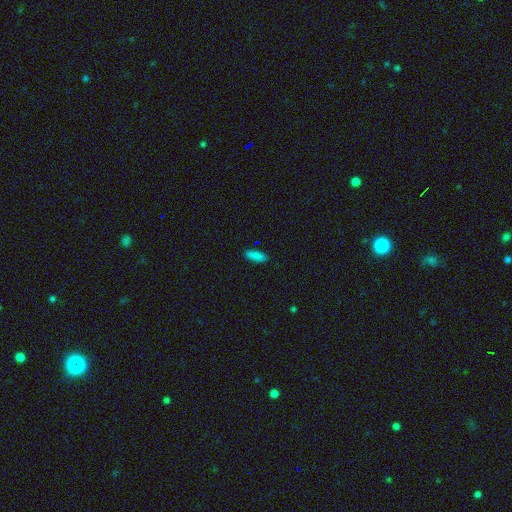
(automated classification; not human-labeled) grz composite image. It shows a smooth galaxy with no disk features (86%) that is in between round and cigar-shaped (65%). Merging: none (88%).